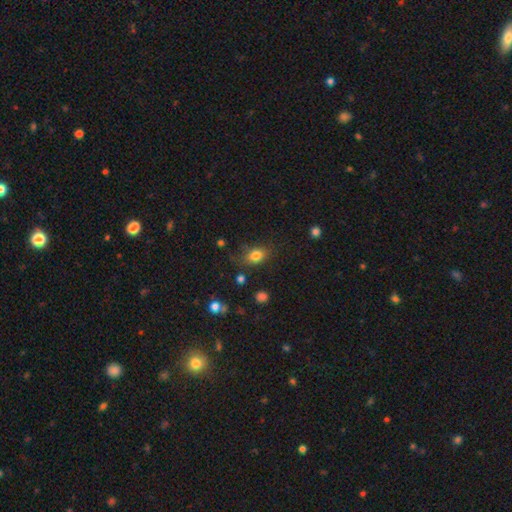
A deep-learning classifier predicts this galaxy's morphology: smooth_or_featured: smooth (p=0.81) [alt: star or artifact p=0.11]
how_rounded: in between (p=0.71) [alt: round p=0.27]
merging: none (p=0.71) [alt: minor disturbance p=0.20]